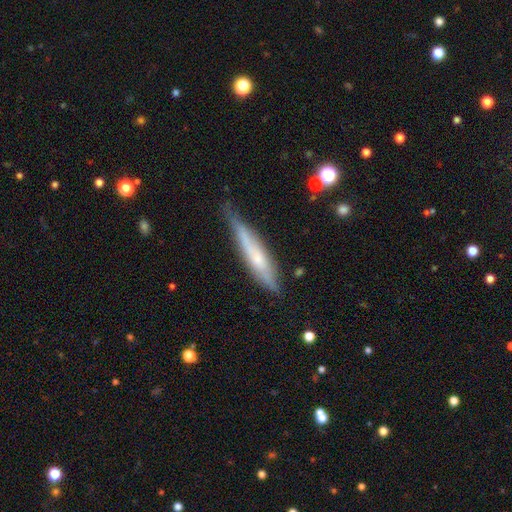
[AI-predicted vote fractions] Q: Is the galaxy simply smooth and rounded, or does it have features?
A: smooth — 49%.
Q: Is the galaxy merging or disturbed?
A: none — 60%.